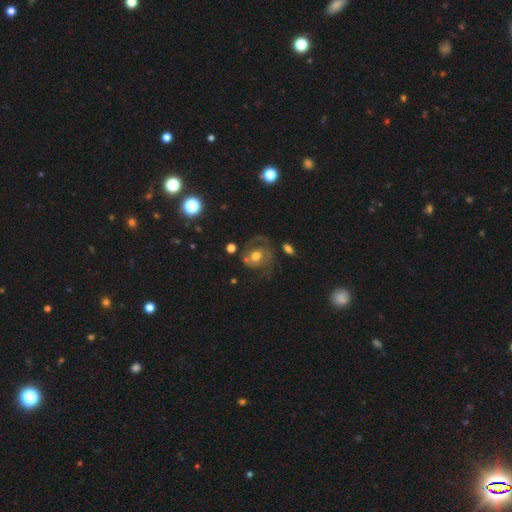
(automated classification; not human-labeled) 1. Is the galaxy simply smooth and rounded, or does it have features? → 63% featured or disk, 28% smooth, 9% star or artifact.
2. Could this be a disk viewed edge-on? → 97% no, 3% yes.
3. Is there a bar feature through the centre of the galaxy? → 73% no, 21% weak, 6% strong.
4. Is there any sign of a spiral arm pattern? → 72% yes, 28% no.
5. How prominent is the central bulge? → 71% moderate, 14% small, 12% large, 2% none, 2% dominant.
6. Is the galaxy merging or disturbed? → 51% none, 23% major disturbance, 20% minor disturbance, 6% merger.